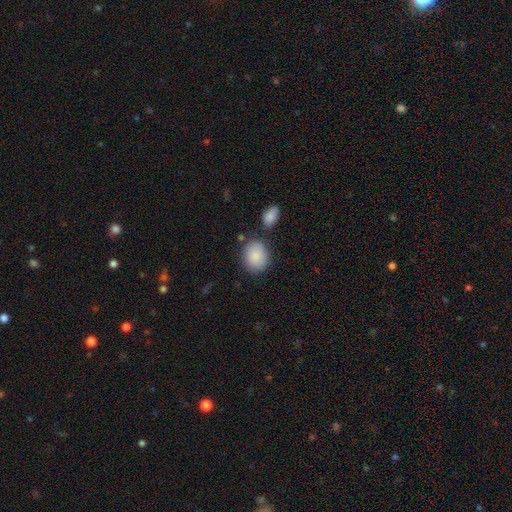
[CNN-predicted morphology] smooth-or-featured: smooth: 87% | star or artifact: 7% | featured or disk: 6%
  how-rounded: round: 50% | in between: 49% | cigar-shaped: 1%
  merging: none: 73% | minor disturbance: 14% | merger: 9% | major disturbance: 4%